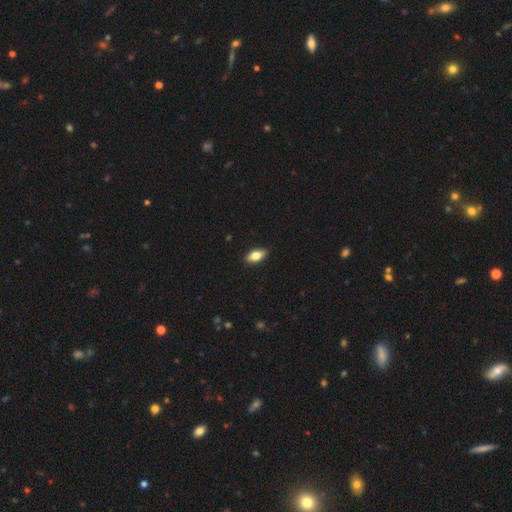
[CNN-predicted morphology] smooth_or_featured: smooth (p=0.72) [alt: featured or disk p=0.21]
how_rounded: in between (p=0.85) [alt: cigar-shaped p=0.12]
merging: none (p=0.89) [alt: minor disturbance p=0.08]